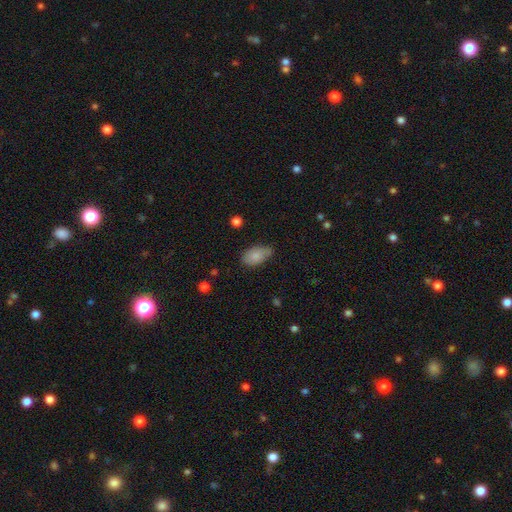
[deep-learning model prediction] The model was most divided on "merging": none: 60%, minor disturbance: 32%, major disturbance: 6%, merger: 2%. More confident: how rounded — in between (92%); smooth or featured — smooth (84%).